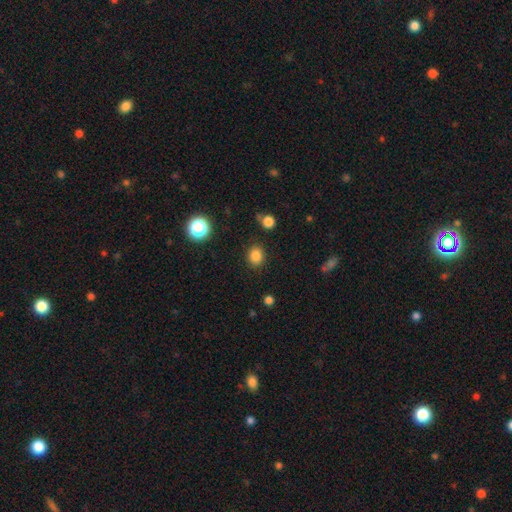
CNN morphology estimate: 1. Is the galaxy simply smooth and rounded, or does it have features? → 83% smooth, 12% star or artifact, 4% featured or disk.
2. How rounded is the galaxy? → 70% round, 29% in between, 1% cigar-shaped.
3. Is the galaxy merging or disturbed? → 86% none, 9% minor disturbance, 3% major disturbance, 2% merger.